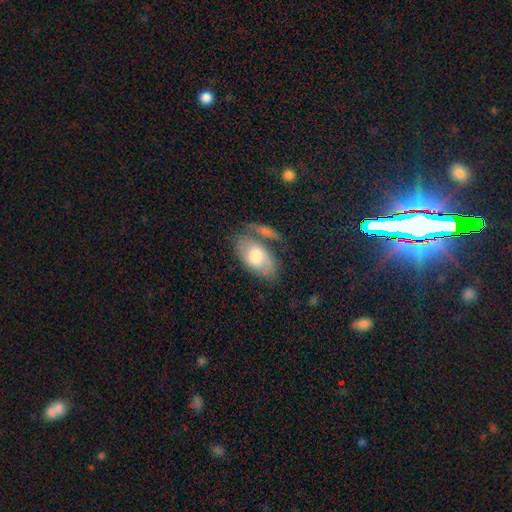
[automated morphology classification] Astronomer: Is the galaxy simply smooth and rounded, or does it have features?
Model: smooth — 63%.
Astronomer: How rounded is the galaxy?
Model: in between — 92%.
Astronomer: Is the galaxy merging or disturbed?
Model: none — 45% (runner-up: minor disturbance, 22%).